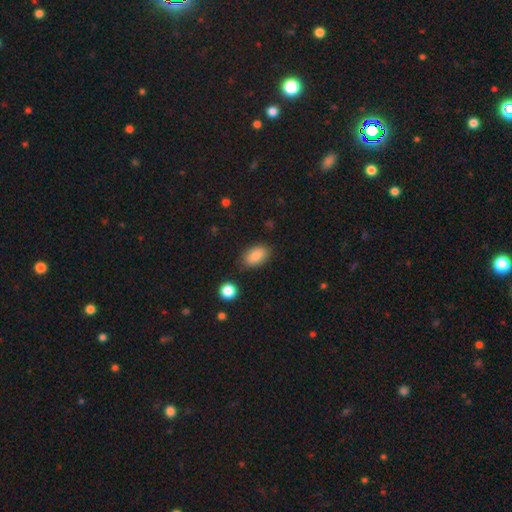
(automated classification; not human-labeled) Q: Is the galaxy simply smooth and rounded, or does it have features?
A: smooth — 86%.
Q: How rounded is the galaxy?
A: in between — 91%.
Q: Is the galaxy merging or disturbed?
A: none — 82%.